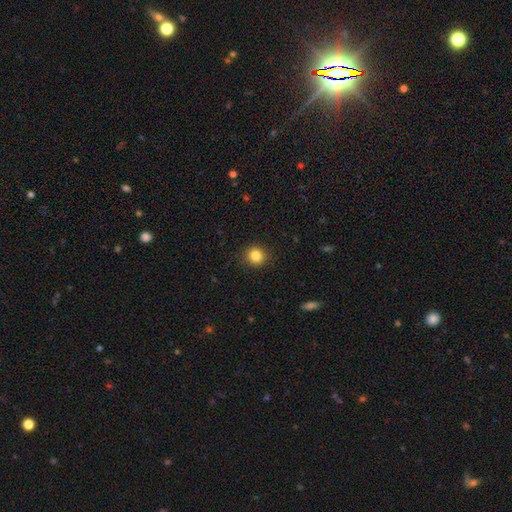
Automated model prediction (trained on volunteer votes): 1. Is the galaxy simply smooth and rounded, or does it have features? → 84% smooth, 11% star or artifact, 5% featured or disk.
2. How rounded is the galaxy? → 89% round, 10% in between, 1% cigar-shaped.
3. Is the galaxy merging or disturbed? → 90% none, 7% minor disturbance, 2% major disturbance, 1% merger.